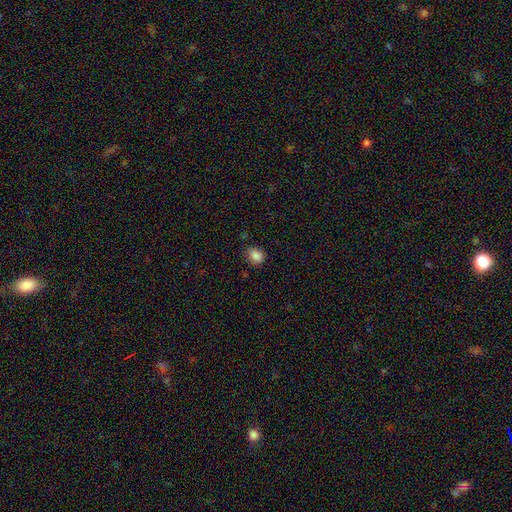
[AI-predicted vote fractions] This appears to be a smooth galaxy with no disk features (86%) that is round (51%). Merging: none (78%).